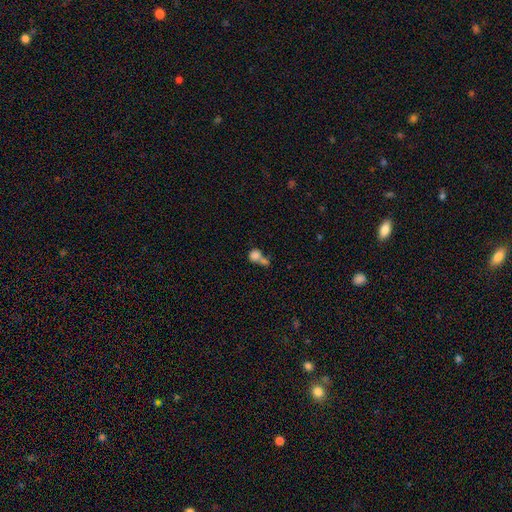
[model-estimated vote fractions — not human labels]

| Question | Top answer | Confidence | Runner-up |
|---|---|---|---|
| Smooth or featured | smooth | 79% | star or artifact (10%) |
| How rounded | round | 69% | in between (29%) |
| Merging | merger | 61% | none (25%) |